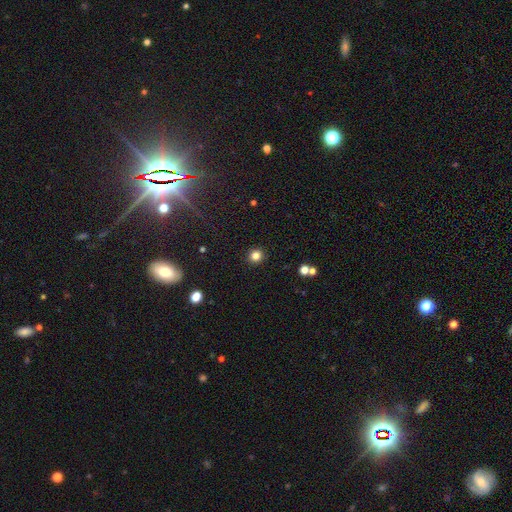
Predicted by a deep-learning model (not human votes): Overall: smooth (82%). How rounded: round (91%). Merging: none (92%).